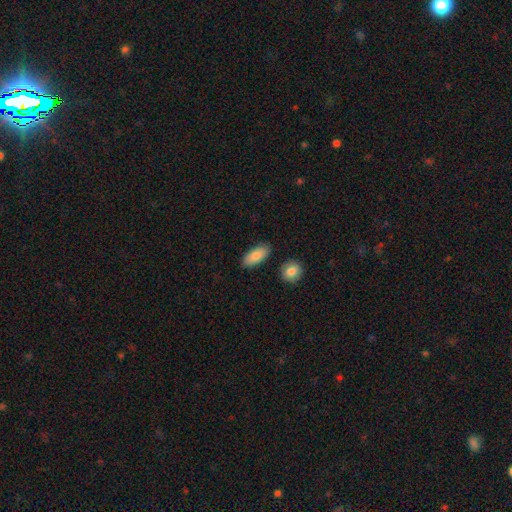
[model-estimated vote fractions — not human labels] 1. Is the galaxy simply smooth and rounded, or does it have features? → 87% smooth, 7% featured or disk, 6% star or artifact.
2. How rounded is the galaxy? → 88% in between, 10% cigar-shaped, 3% round.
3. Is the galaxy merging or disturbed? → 85% none, 10% minor disturbance, 3% merger, 2% major disturbance.